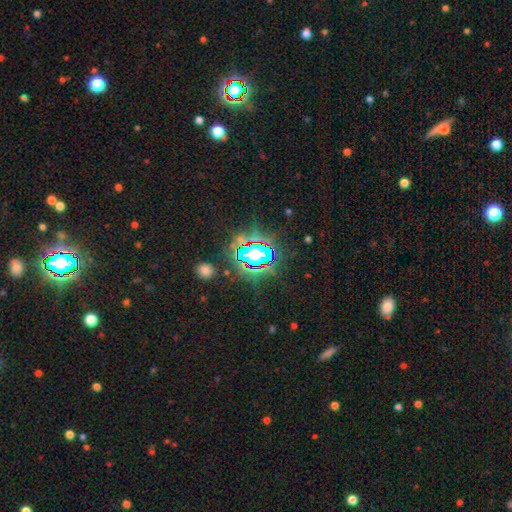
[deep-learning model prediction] The model was most divided on "smooth or featured": star or artifact: 84%, smooth: 10%, featured or disk: 7%.